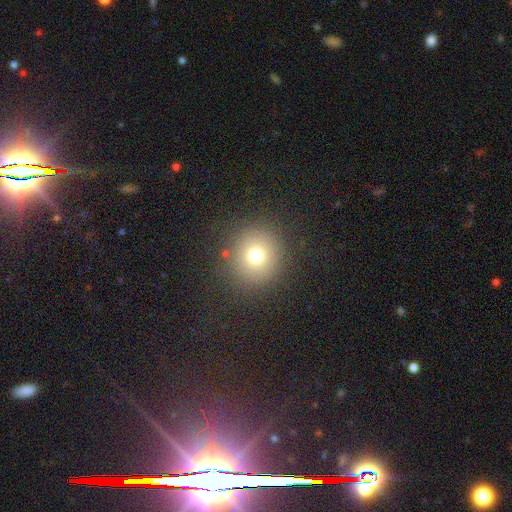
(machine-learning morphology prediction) Q: Smooth or featured?
A: smooth (73%); runner-up: star or artifact (16%)
Q: How rounded?
A: round (91%); runner-up: in between (8%)
Q: Merging?
A: none (87%); runner-up: minor disturbance (7%)